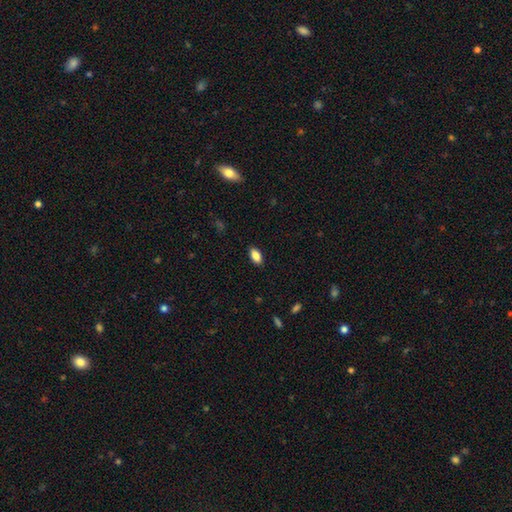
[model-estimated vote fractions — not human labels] A smooth galaxy with no disk features (85%) that is in between round and cigar-shaped (90%).

Vote fractions:
- Smooth or featured? smooth: 85% / star or artifact: 8% / featured or disk: 7%
- How rounded? in between: 90% / cigar-shaped: 7% / round: 3%
- Merging? none: 88% / minor disturbance: 9% / major disturbance: 2% / merger: 1%